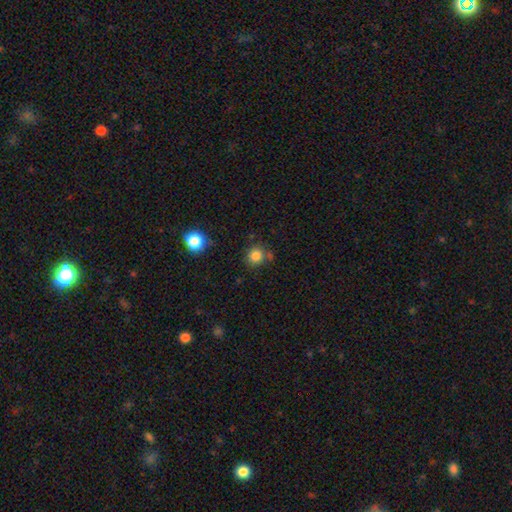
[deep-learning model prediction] Overall: smooth (83%). How rounded: round (90%). Merging: none (76%).